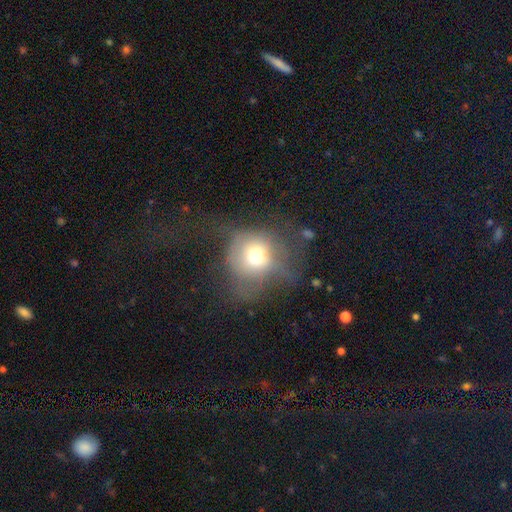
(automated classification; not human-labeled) A smooth galaxy with no disk features (62%) that is round (84%). Merging: none (43%).